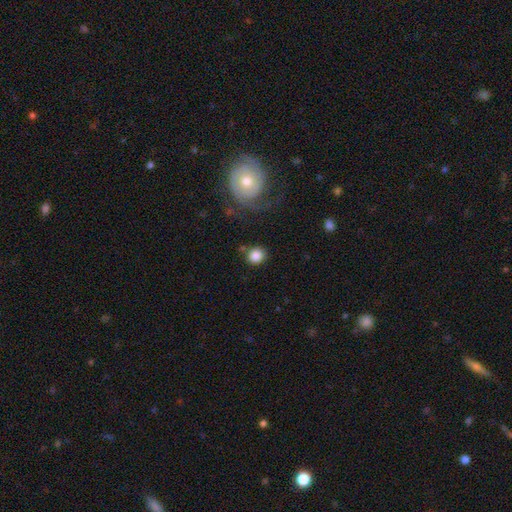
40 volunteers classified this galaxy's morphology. Smooth or featured? smooth (85%)
How rounded? round (82%)
Merging? none (95%)